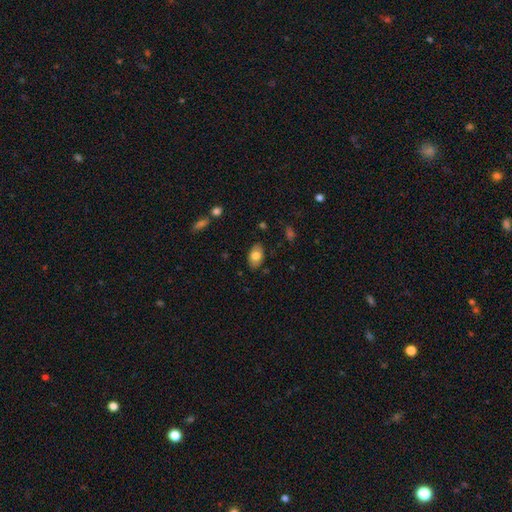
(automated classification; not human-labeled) This is likely a smooth galaxy (75%). How rounded: clearly in between (91%). Merging: clearly none (84%).